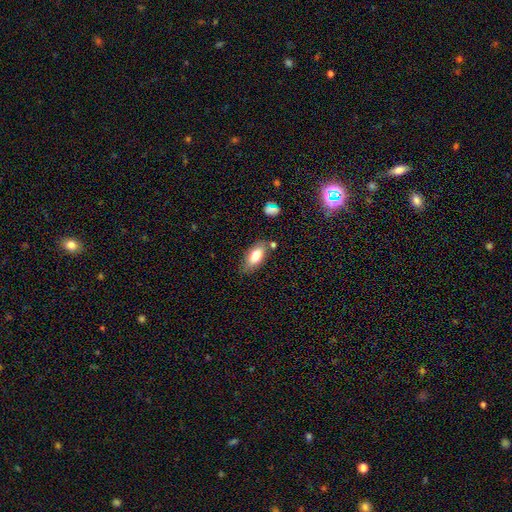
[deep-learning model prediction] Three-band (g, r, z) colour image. It shows a smooth galaxy with no disk features (77%) that is in between round and cigar-shaped (86%). Merging: none (72%).